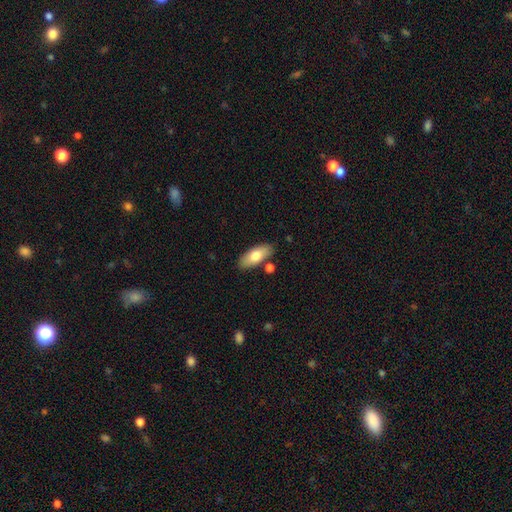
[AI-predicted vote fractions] This is likely a smooth galaxy (75%). How rounded: clearly in between (83%). Merging: clearly none (80%).